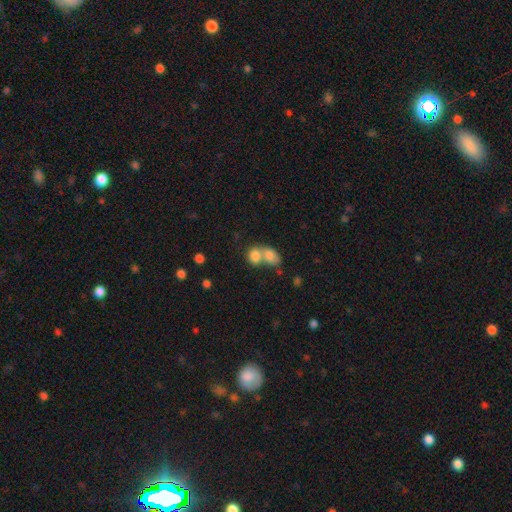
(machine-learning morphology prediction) A smooth galaxy with no disk features (79%) that is in between round and cigar-shaped (50%).

Vote fractions:
- Smooth or featured? smooth: 79% / featured or disk: 12% / star or artifact: 9%
- How rounded? in between: 50% / round: 49% / cigar-shaped: 1%
- Merging? merger: 70% / none: 22% / minor disturbance: 6% / major disturbance: 3%